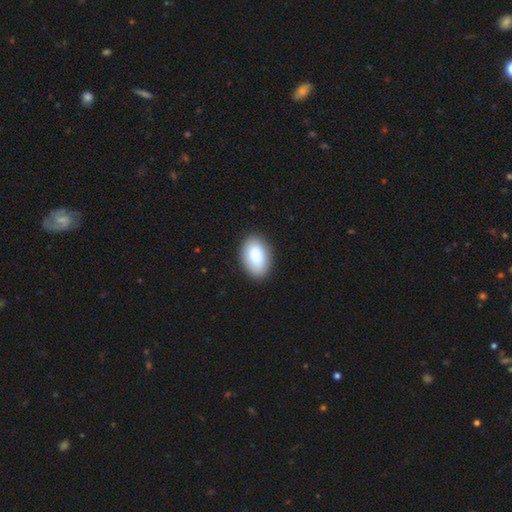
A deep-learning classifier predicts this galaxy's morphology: Overall: smooth (84%). How rounded: in between (91%). Merging: none (88%).